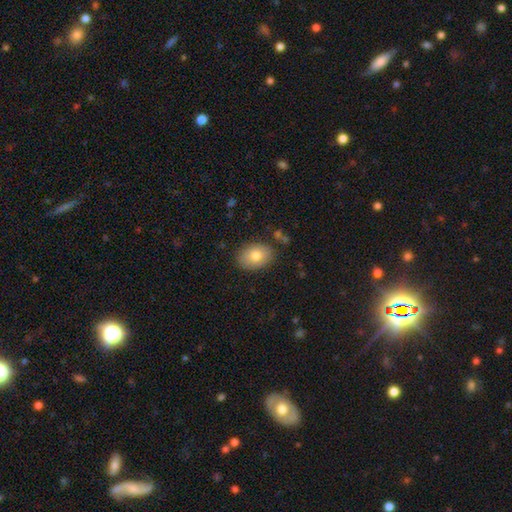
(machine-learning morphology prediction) smooth 80%, featured or disk 13%, star or artifact 8%. Down the decision tree: how rounded — in between (77%); merging — none (84%).